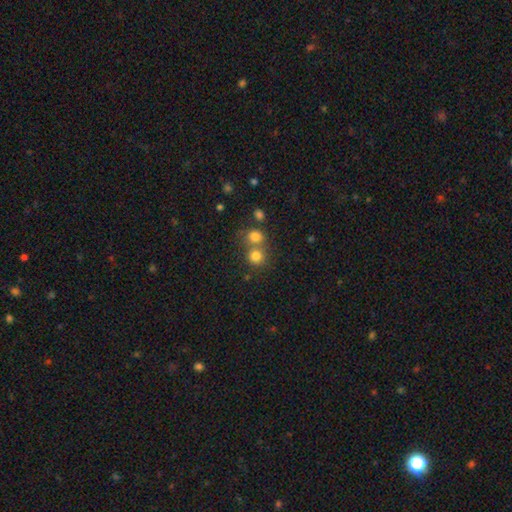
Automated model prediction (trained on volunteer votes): Smooth or featured: smooth — 79% (star or artifact — 13%)
How rounded: round — 87% (in between — 12%)
Merging: none — 51% (merger — 39%)